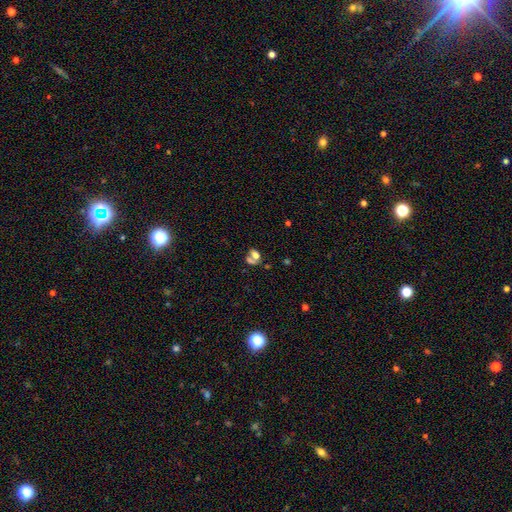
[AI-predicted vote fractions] Smooth or featured?
  - smooth: 59% *
  - featured or disk: 21%
  - star or artifact: 20%
How rounded?
  - in between: 63% *
  - round: 34%
  - cigar-shaped: 3%
Merging?
  - merger: 45% *
  - none: 34%
  - minor disturbance: 11%
  - major disturbance: 10%